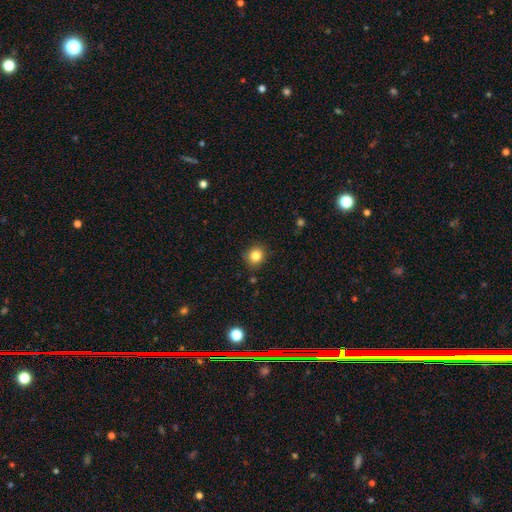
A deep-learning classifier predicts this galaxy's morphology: This is clearly a smooth galaxy (83%). How rounded: clearly round (86%). Merging: clearly none (88%).